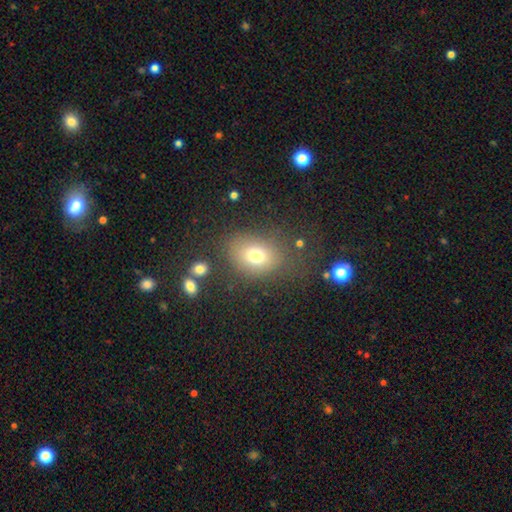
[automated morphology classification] smooth_or_featured: smooth (p=0.74) [alt: star or artifact p=0.14]
how_rounded: in between (p=0.63) [alt: round p=0.35]
merging: none (p=0.70) [alt: minor disturbance p=0.16]